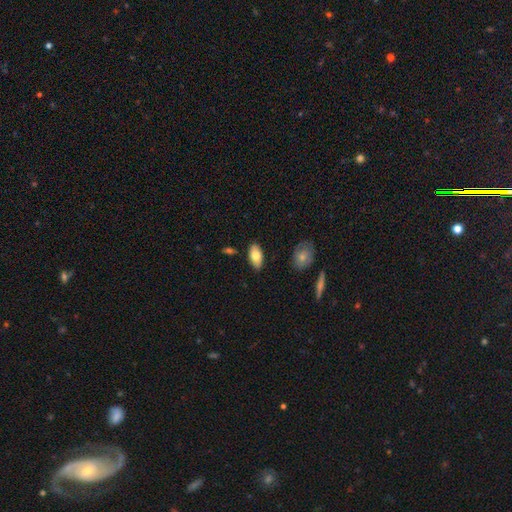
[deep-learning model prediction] Morphology: type=smooth (76%); roundness=in between (93%); merging=none (85%).